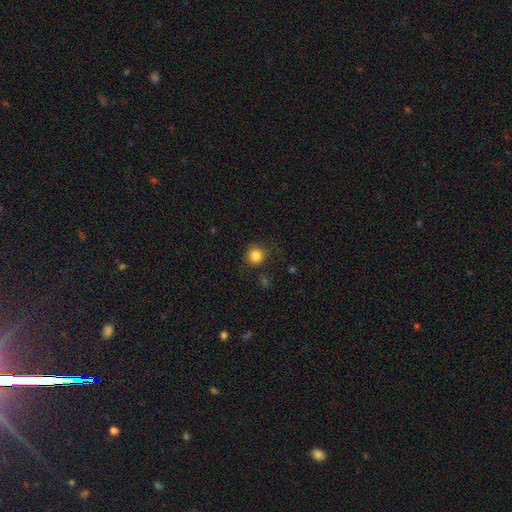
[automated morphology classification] Q: Smooth or featured?
A: smooth (84%); runner-up: star or artifact (11%)
Q: How rounded?
A: round (92%); runner-up: in between (7%)
Q: Merging?
A: none (82%); runner-up: minor disturbance (12%)